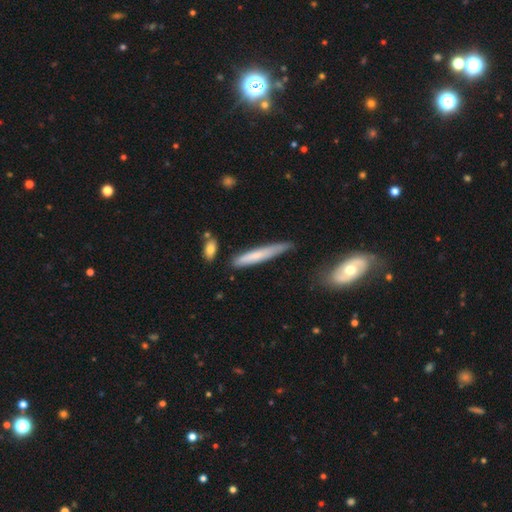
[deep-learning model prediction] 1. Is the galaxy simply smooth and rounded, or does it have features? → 62% smooth, 32% featured or disk, 6% star or artifact.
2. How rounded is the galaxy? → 93% cigar-shaped, 6% in between, 1% round.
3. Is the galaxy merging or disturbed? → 66% none, 25% minor disturbance, 5% major disturbance, 4% merger.